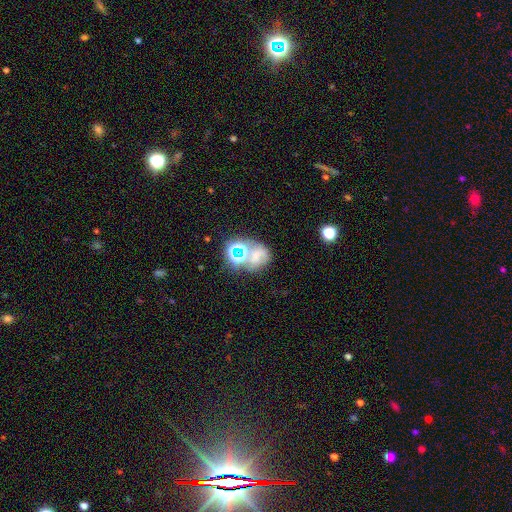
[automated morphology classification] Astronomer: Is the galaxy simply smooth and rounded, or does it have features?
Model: smooth — 35% (runner-up: featured or disk, 34%).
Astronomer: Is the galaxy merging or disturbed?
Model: none — 36% (runner-up: merger, 33%).